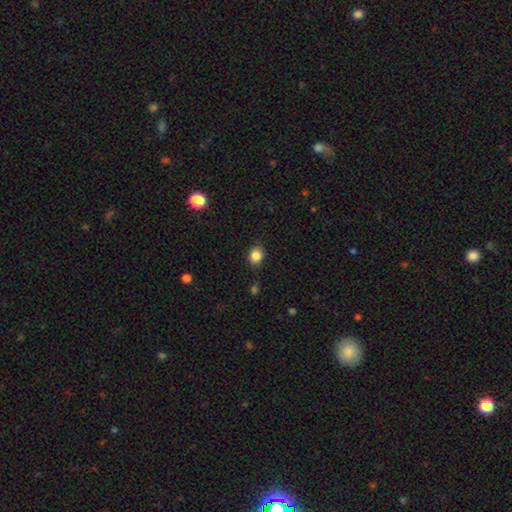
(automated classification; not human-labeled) A smooth galaxy with no disk features (85%) that is round (61%).

Vote fractions:
- Smooth or featured? smooth: 85% / star or artifact: 10% / featured or disk: 4%
- How rounded? round: 61% / in between: 38% / cigar-shaped: 1%
- Merging? none: 85% / minor disturbance: 11% / major disturbance: 3% / merger: 2%